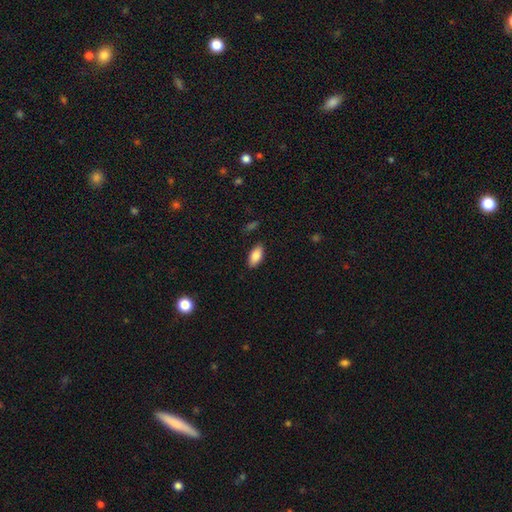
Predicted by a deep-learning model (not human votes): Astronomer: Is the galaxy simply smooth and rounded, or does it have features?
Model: smooth — 86%.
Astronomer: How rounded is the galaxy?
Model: in between — 91%.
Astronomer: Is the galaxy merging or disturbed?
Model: none — 86%.